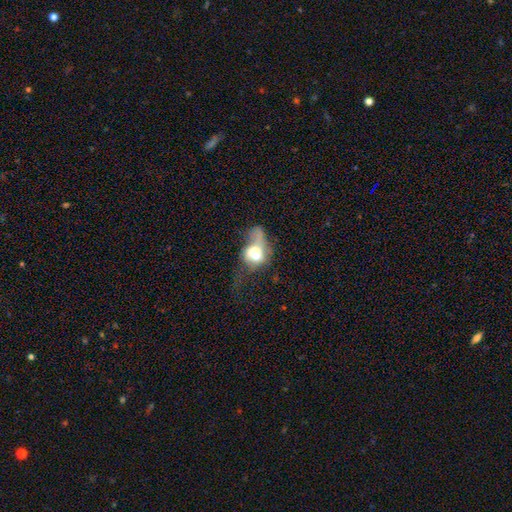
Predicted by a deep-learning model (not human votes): smooth-or-featured: smooth: 54% | featured or disk: 36% | star or artifact: 10%
  how-rounded: in between: 61% | round: 37% | cigar-shaped: 3%
  merging: merger: 51% | major disturbance: 27% | none: 13% | minor disturbance: 10%